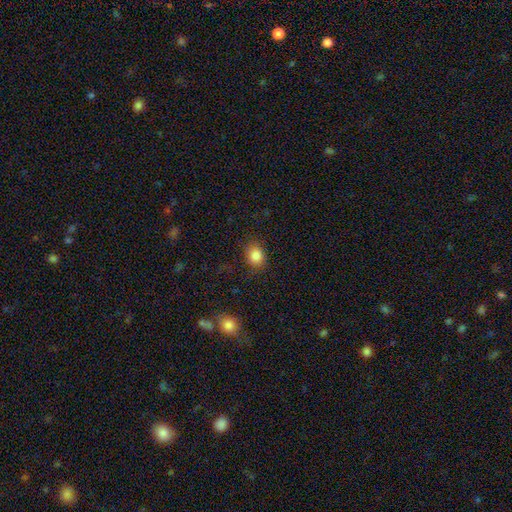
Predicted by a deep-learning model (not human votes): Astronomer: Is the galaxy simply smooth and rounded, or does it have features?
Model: smooth — 84%.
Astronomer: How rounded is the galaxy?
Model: round — 60% (runner-up: in between, 39%).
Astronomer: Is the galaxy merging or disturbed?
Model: none — 82%.